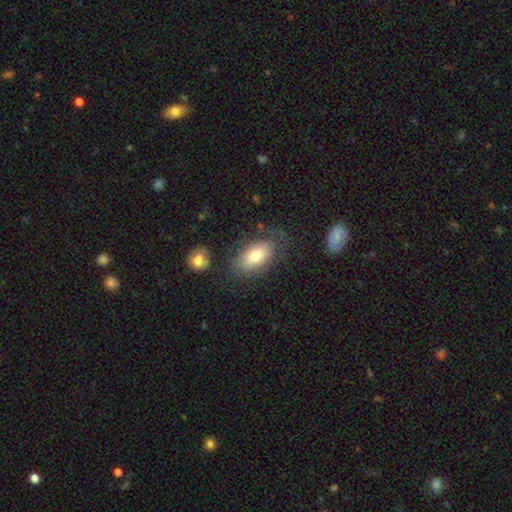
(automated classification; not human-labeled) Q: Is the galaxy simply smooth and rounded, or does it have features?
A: smooth — 72%.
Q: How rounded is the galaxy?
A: in between — 91%.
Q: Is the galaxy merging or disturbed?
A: none — 68%.